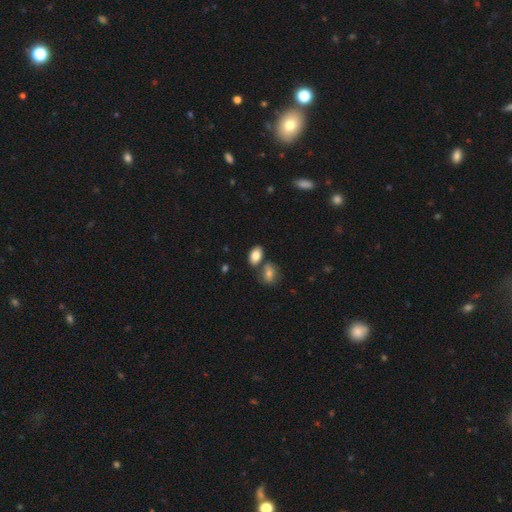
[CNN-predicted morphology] Smooth or featured: smooth — 83% (featured or disk — 9%)
How rounded: in between — 89% (round — 10%)
Merging: none — 63% (merger — 23%)